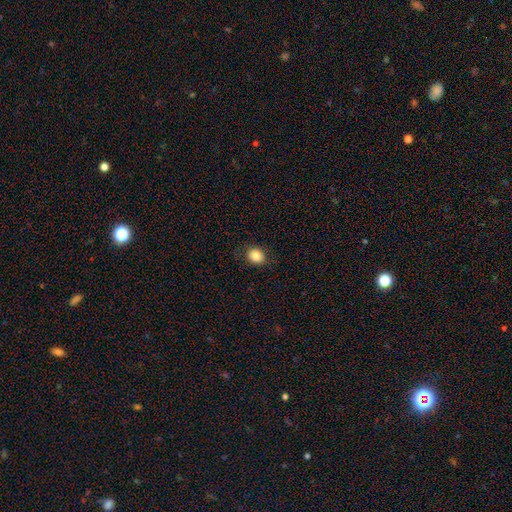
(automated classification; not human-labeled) A smooth galaxy with no disk features (85%) that is round (56%). Merging: none (85%).